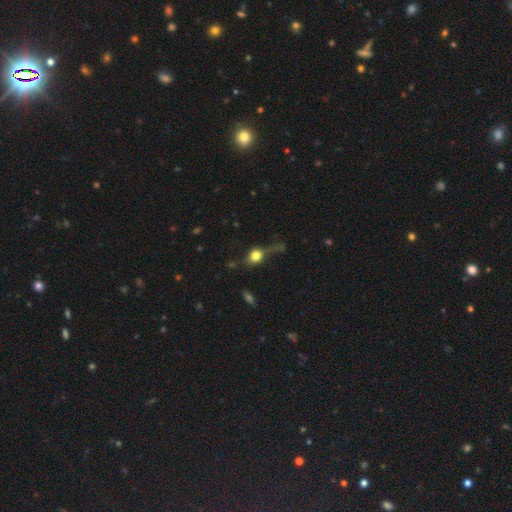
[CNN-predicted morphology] Q: Smooth or featured?
A: smooth (68%); runner-up: featured or disk (19%)
Q: How rounded?
A: round (60%); runner-up: in between (34%)
Q: Merging?
A: none (42%); runner-up: major disturbance (29%)